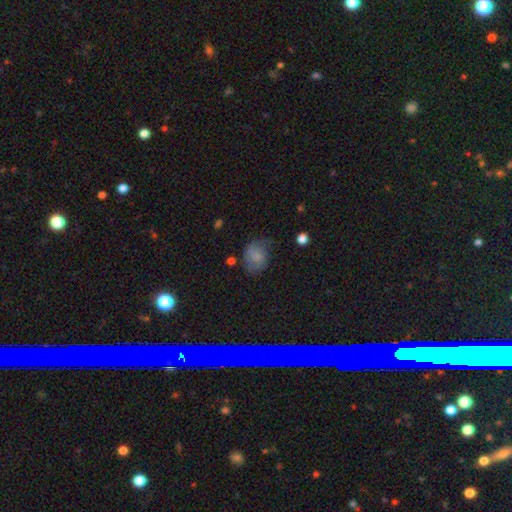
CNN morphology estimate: Smooth or featured? Predicted: smooth (p=0.71). How rounded? Predicted: in between (p=0.53). Merging? Predicted: none (p=0.47).